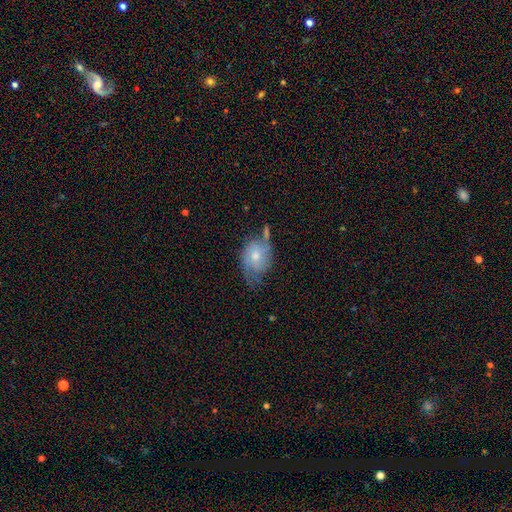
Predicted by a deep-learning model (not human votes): Smooth or featured: featured or disk — 48% (smooth — 44%)
Merging: none — 41% (minor disturbance — 32%)